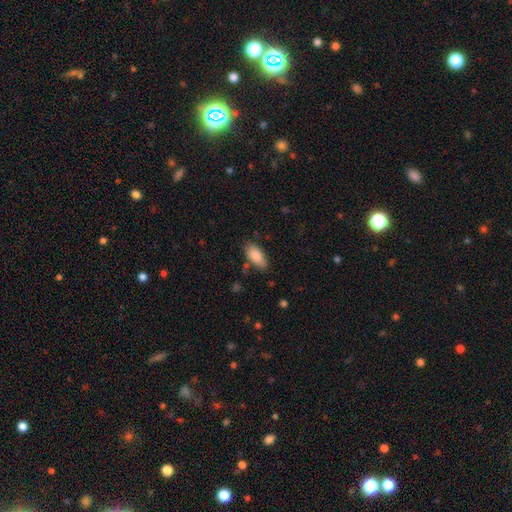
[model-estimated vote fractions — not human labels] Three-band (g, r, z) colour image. It shows a smooth galaxy with no disk features (86%) that is in between round and cigar-shaped (89%). Merging: none (77%).